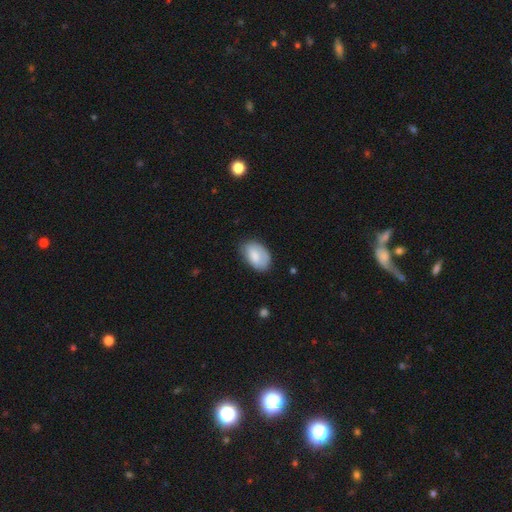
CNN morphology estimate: This appears to be a smooth galaxy with no disk features (78%) that is in between round and cigar-shaped (91%). Merging: none (70%).